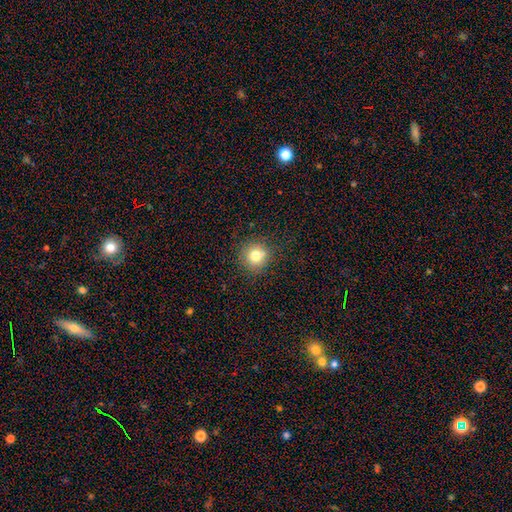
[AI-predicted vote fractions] A smooth galaxy with no disk features (77%) that is round (93%).

Vote fractions:
- Smooth or featured? smooth: 77% / star or artifact: 14% / featured or disk: 10%
- How rounded? round: 93% / in between: 6% / cigar-shaped: 1%
- Merging? none: 82% / minor disturbance: 11% / merger: 4% / major disturbance: 3%